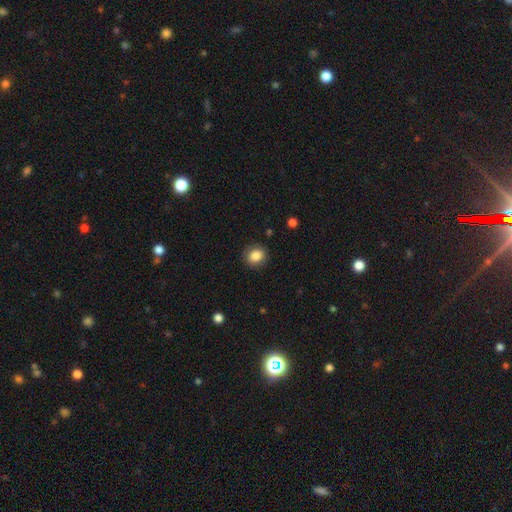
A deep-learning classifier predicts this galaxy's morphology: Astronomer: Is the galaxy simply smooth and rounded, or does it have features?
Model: smooth — 85%.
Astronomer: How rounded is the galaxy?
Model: round — 70%.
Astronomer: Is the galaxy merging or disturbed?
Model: none — 88%.